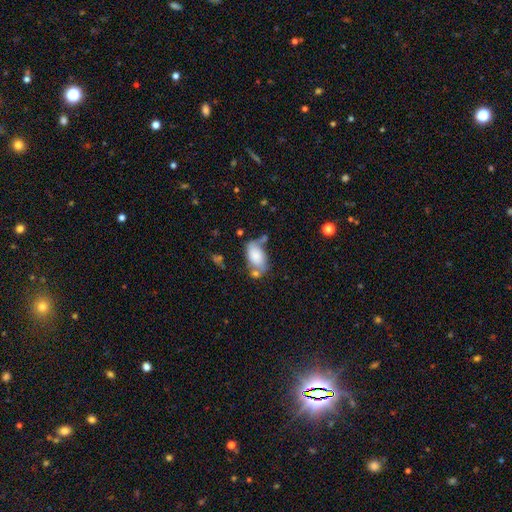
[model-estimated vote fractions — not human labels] smooth 69%, featured or disk 23%, star or artifact 8%. Down the decision tree: how rounded — in between (92%); merging — none (42%).